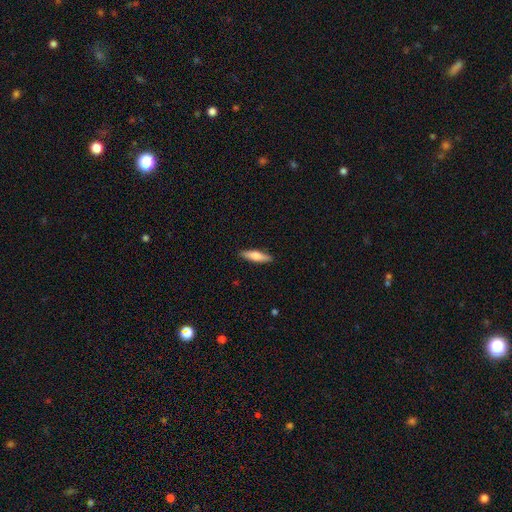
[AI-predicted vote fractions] Morphology: type=smooth (70%); roundness=cigar-shaped (67%); merging=none (89%).